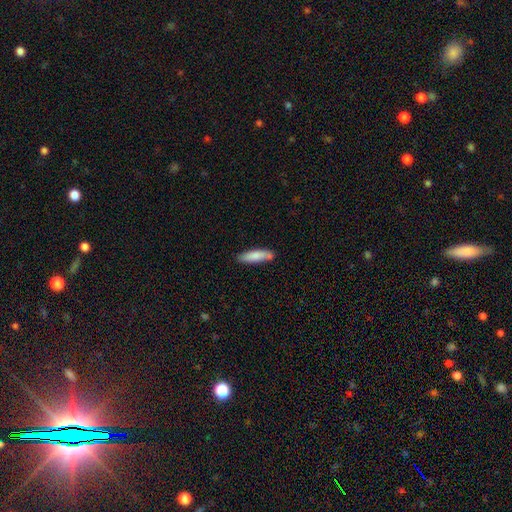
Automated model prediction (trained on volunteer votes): This appears to be a smooth galaxy with no disk features (79%) that is cigar-shaped (69%). Merging: none (73%).